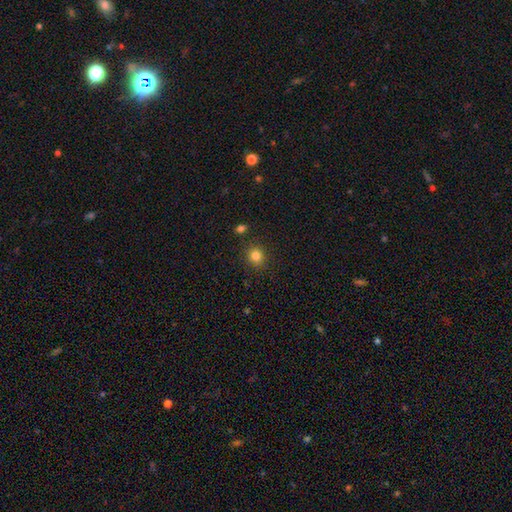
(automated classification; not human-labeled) Q: Smooth or featured?
A: smooth (83%); runner-up: star or artifact (12%)
Q: How rounded?
A: round (88%); runner-up: in between (12%)
Q: Merging?
A: none (87%); runner-up: minor disturbance (8%)